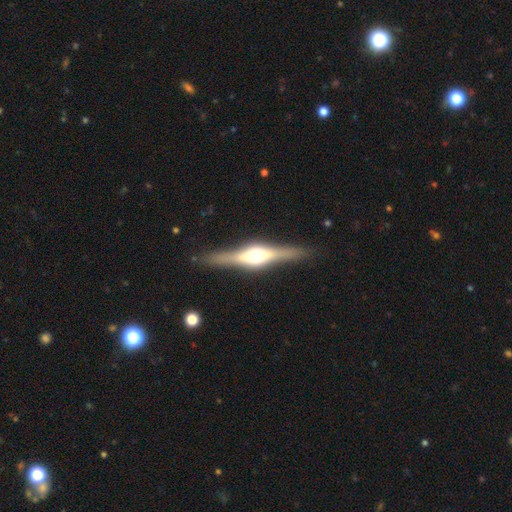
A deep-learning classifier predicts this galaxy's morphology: Smooth or featured: featured or disk — 78% (smooth — 16%)
Edge-on disk: yes — 97% (no — 3%)
Edge-on bulge: rounded — 92% (boxy — 6%)
Merging: none — 88% (minor disturbance — 9%)